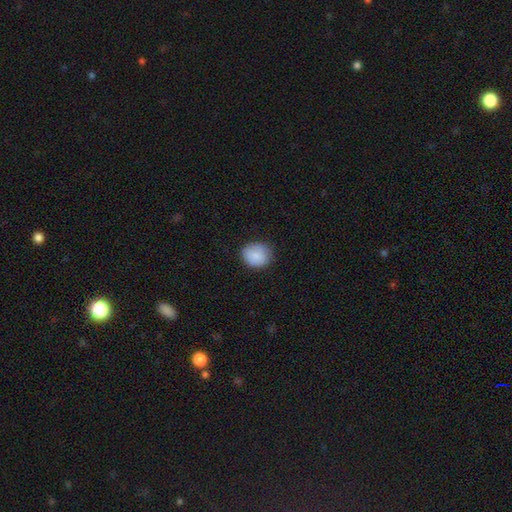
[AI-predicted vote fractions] This is clearly a smooth galaxy (84%). How rounded: likely round (68%). Merging: likely none (79%).